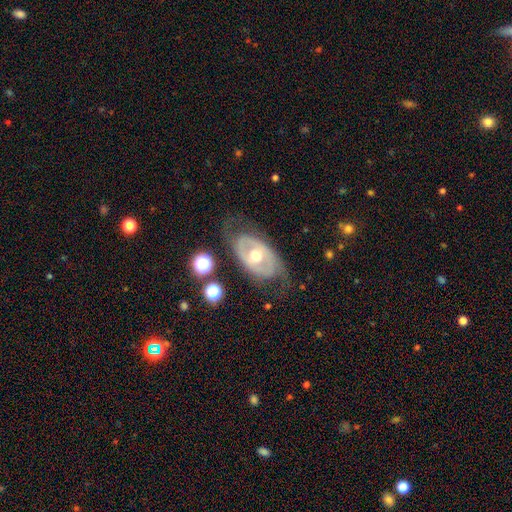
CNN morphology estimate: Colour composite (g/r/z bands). It shows a featured or disk galaxy (73%) with no bar (57%), spiral arms (51%) and a moderate central bulge (71%). Merging: none (65%).